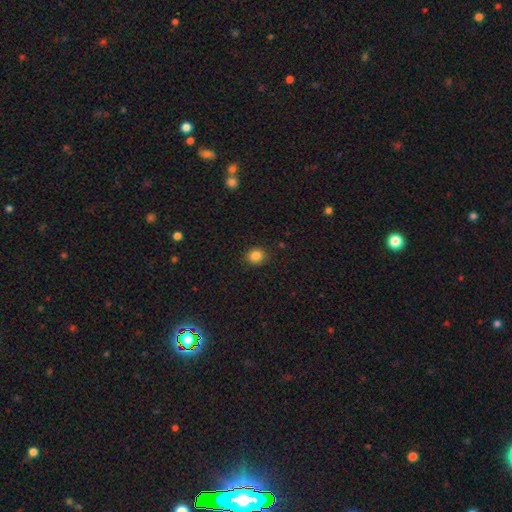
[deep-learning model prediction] Overall: smooth (85%). How rounded: round (74%). Merging: none (87%).